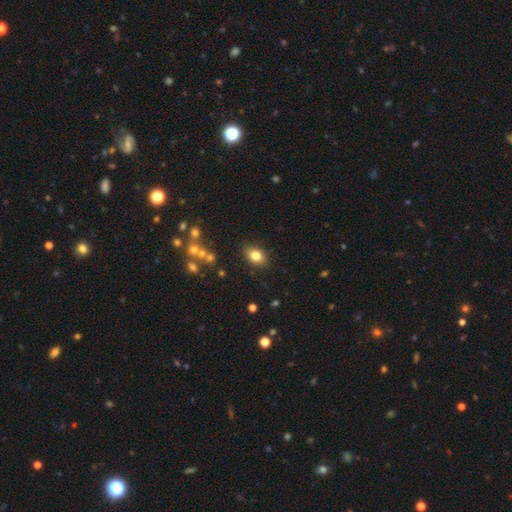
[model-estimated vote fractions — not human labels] Smooth or featured?
  - smooth: 80% *
  - featured or disk: 10%
  - star or artifact: 10%
How rounded?
  - in between: 79% *
  - round: 20%
  - cigar-shaped: 1%
Merging?
  - none: 86% *
  - minor disturbance: 9%
  - major disturbance: 3%
  - merger: 2%